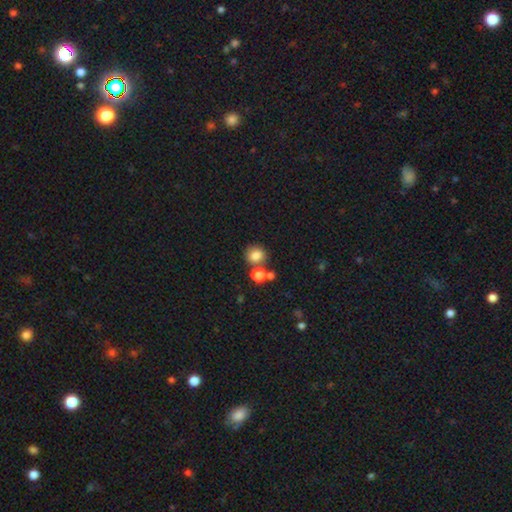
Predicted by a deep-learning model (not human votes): The model was most divided on "merging": none: 68%, merger: 18%, minor disturbance: 10%, major disturbance: 4%. More confident: how rounded — round (83%); smooth or featured — smooth (81%).